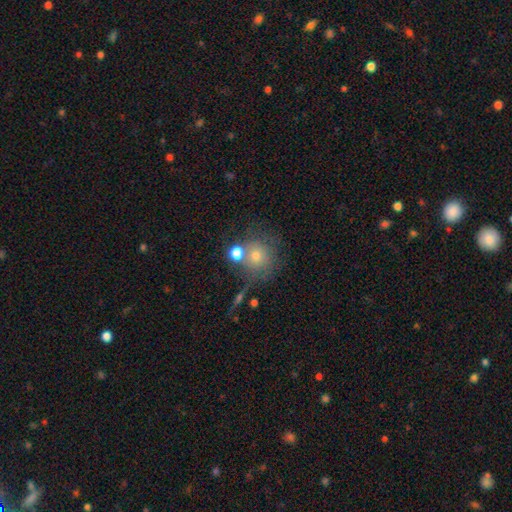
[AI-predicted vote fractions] Smooth or featured? smooth (63%)
How rounded? round (89%)
Merging? none (59%)